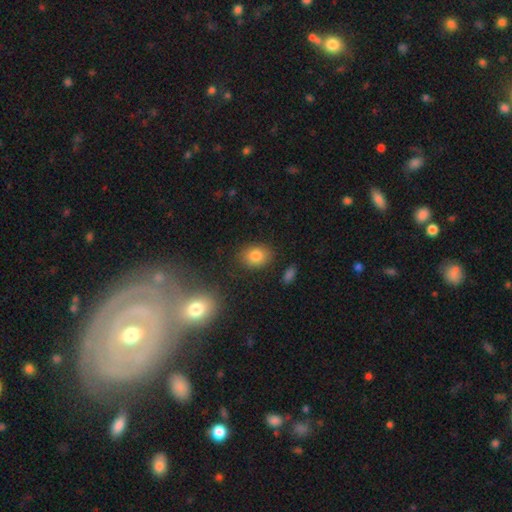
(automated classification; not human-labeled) Smooth or featured? smooth (82%)
How rounded? in between (59%)
Merging? none (84%)